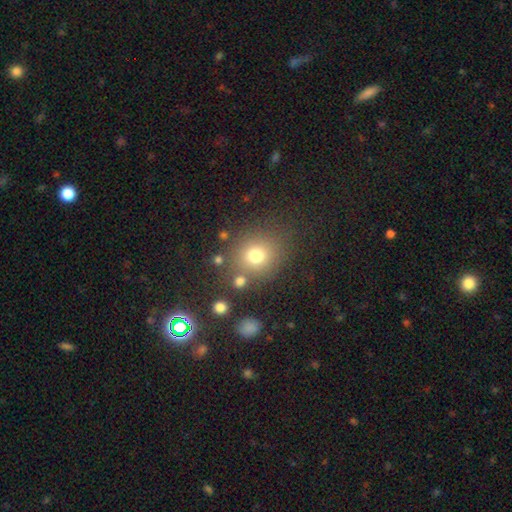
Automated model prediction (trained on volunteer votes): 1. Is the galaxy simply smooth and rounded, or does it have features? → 73% smooth, 17% star or artifact, 10% featured or disk.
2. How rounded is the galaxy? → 79% round, 19% in between, 1% cigar-shaped.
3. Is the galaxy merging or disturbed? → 76% none, 11% minor disturbance, 8% merger, 5% major disturbance.